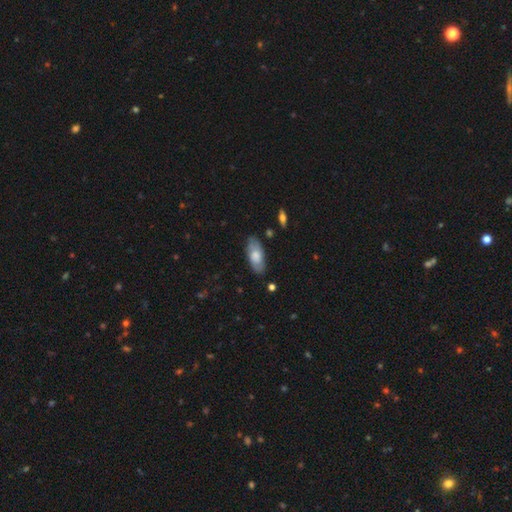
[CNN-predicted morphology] type=smooth (59%); roundness=in between (87%); merging=none (79%).